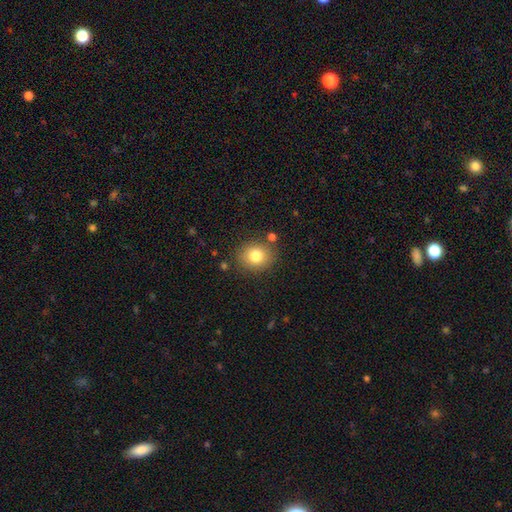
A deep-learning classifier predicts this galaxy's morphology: type=smooth (80%); roundness=round (67%); merging=none (83%).